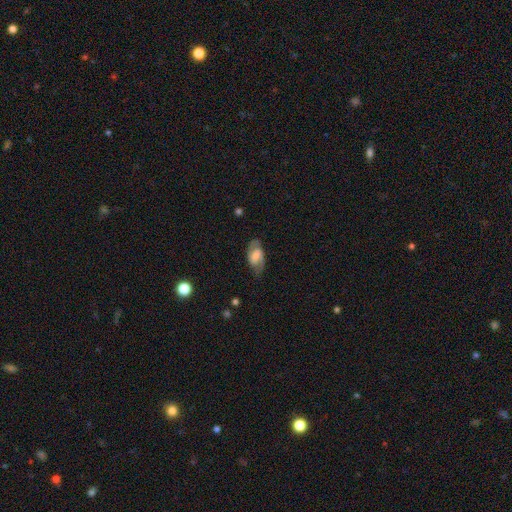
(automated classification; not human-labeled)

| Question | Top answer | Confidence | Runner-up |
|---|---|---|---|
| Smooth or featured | featured or disk | 65% | smooth (28%) |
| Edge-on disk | no | 94% | yes (6%) |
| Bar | weak | 47% | strong (31%) |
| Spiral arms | yes | 86% | no (14%) |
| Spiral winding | medium | 50% | tight (27%) |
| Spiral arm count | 2 | 84% | can't tell (9%) |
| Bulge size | moderate | 30% | small (29%) |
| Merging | none | 72% | minor disturbance (19%) |